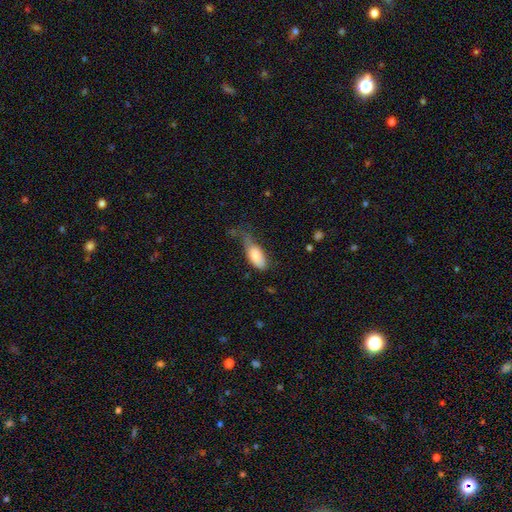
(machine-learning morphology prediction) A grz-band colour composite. It shows a smooth galaxy with no disk features (77%) that is in between round and cigar-shaped (85%). Merging: minor disturbance (42%).